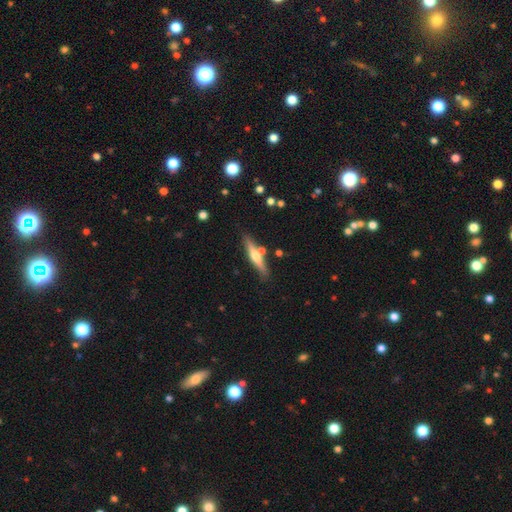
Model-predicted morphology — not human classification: Smooth or featured? featured or disk (56%)
Edge-on disk? yes (95%)
Edge-on bulge? rounded (88%)
Merging? none (78%)